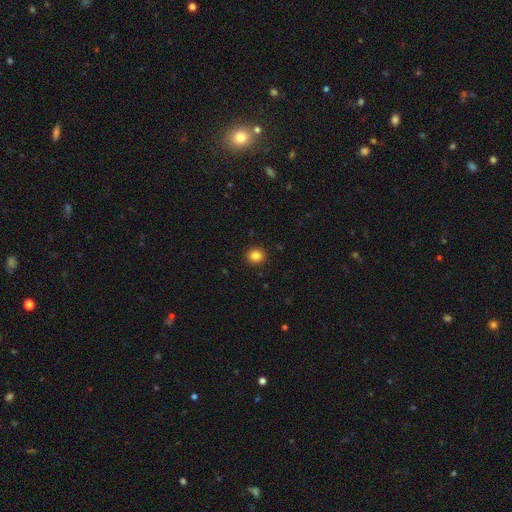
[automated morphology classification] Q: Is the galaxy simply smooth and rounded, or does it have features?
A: smooth — 84%.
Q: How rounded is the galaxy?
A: round — 87%.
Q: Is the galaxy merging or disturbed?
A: none — 92%.